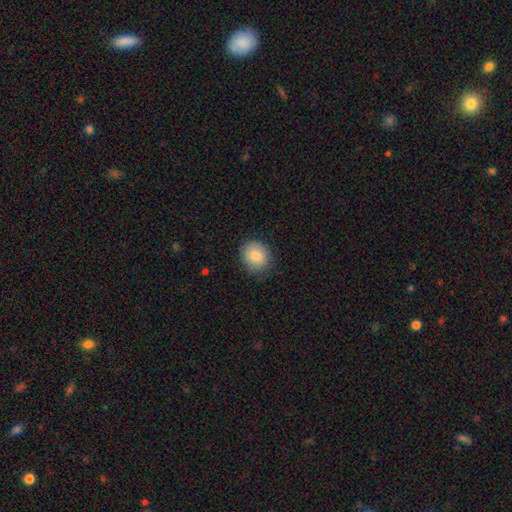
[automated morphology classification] type=smooth (84%); roundness=round (77%); merging=none (85%).